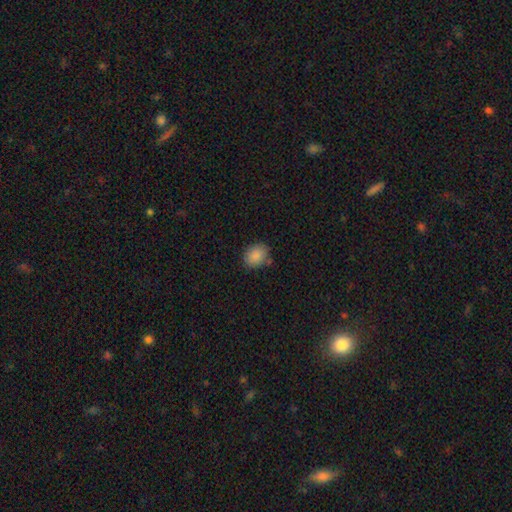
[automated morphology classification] Q: Smooth or featured?
A: smooth (88%); runner-up: star or artifact (8%)
Q: How rounded?
A: in between (60%); runner-up: round (39%)
Q: Merging?
A: none (78%); runner-up: minor disturbance (15%)